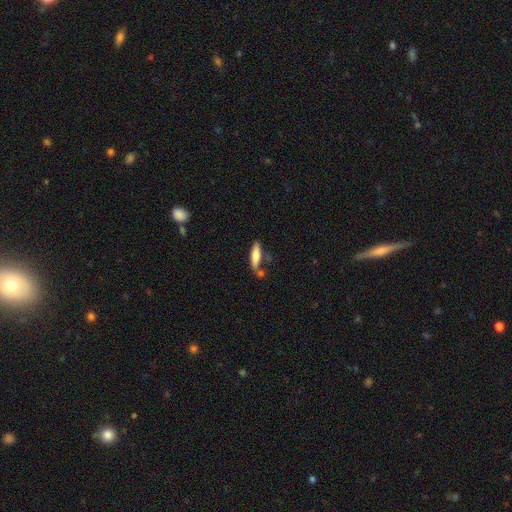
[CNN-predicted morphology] Smooth or featured? smooth (72%)
How rounded? cigar-shaped (66%)
Merging? none (65%)